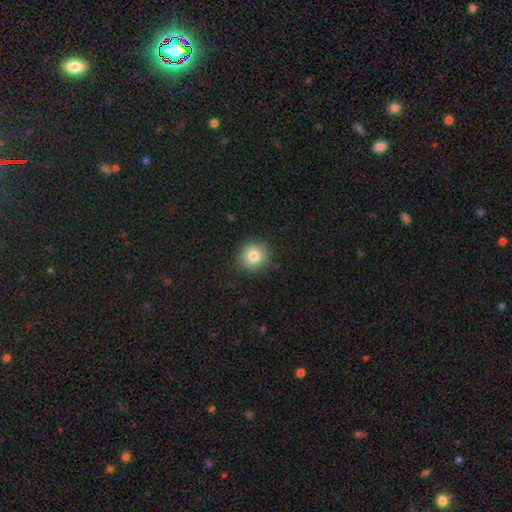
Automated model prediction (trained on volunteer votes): Morphology: type=smooth (83%); roundness=round (89%); merging=none (87%).